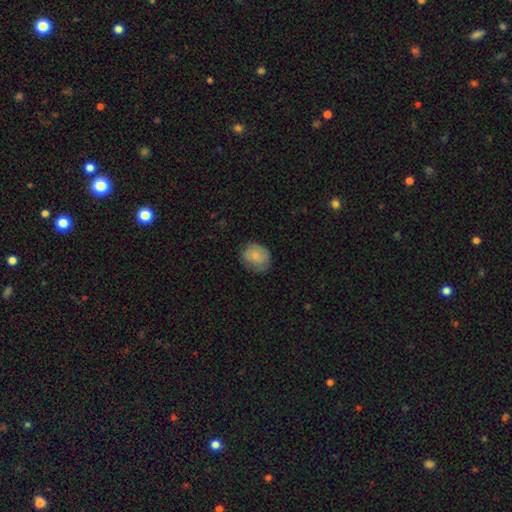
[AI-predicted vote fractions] Overall: smooth (74%). How rounded: round (58%; in between 41%). Merging: none (69%).